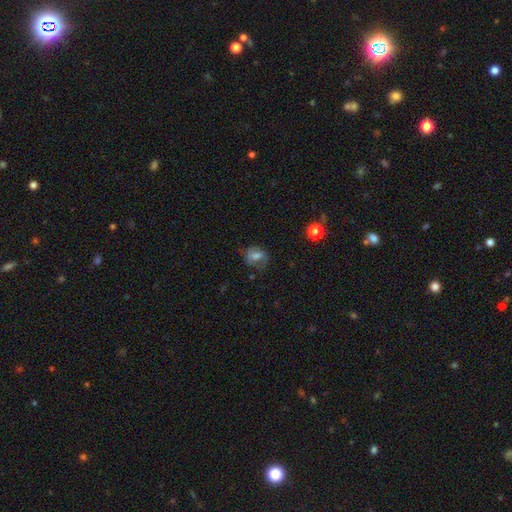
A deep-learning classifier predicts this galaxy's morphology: smooth_or_featured: smooth (p=0.58) [alt: featured or disk p=0.31]
how_rounded: in between (p=0.52) [alt: round p=0.47]
merging: none (p=0.61) [alt: minor disturbance p=0.24]